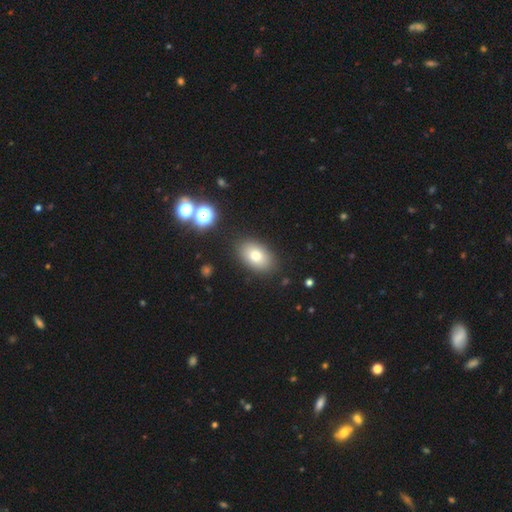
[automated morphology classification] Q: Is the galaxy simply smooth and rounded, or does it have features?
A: smooth — 77%.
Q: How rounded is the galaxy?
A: in between — 88%.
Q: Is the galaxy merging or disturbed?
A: none — 86%.